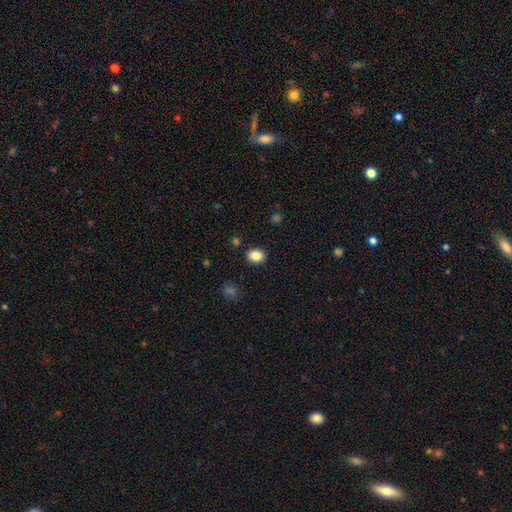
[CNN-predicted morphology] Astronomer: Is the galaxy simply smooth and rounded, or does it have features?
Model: smooth — 85%.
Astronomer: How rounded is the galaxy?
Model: round — 59% (runner-up: in between, 40%).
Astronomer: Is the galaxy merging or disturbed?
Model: none — 89%.